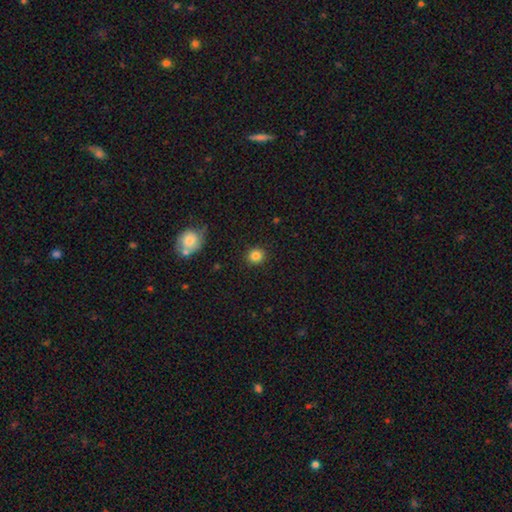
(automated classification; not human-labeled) A smooth galaxy with no disk features (84%) that is round (88%). Merging: none (90%).